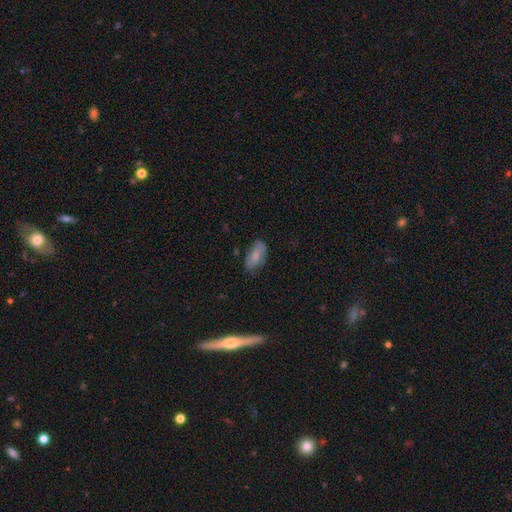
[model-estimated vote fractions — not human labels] Smooth or featured: smooth — 62% (featured or disk — 30%)
How rounded: in between — 92% (round — 4%)
Merging: none — 64% (minor disturbance — 26%)